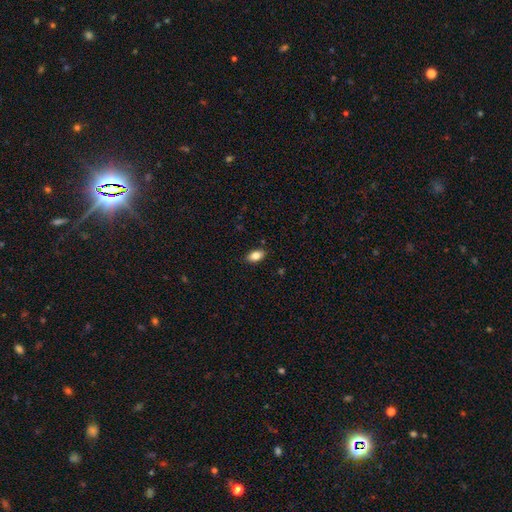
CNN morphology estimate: A smooth galaxy with no disk features (83%) that is in between round and cigar-shaped (91%). Merging: none (88%).